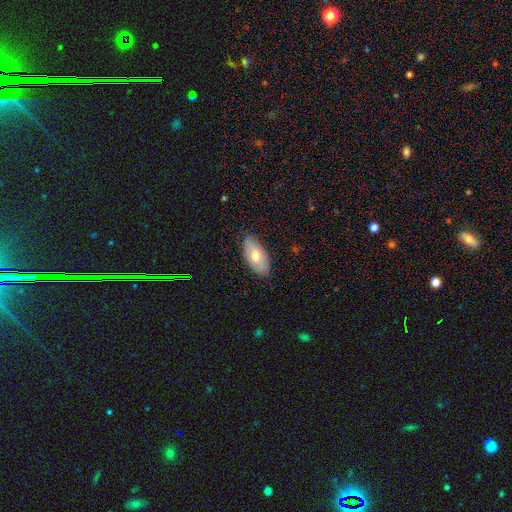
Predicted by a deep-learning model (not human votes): Smooth or featured? Predicted: smooth (p=0.65). How rounded? Predicted: in between (p=0.93). Merging? Predicted: none (p=0.83).